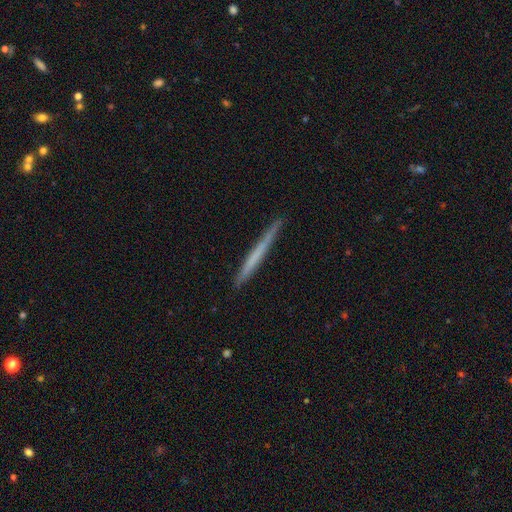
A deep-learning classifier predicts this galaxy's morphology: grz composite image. It shows a smooth galaxy with no disk features (54%) that is cigar-shaped (97%). Merging: none (90%).